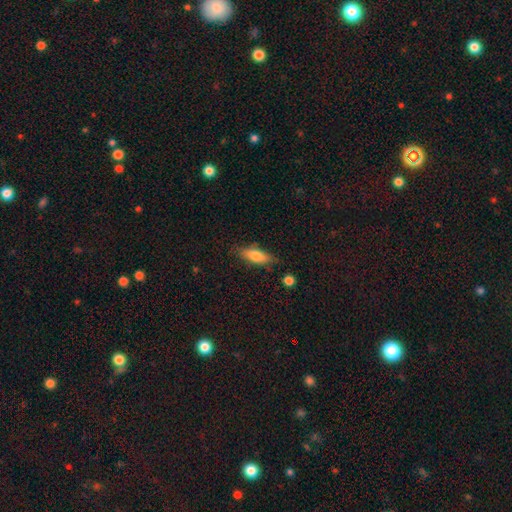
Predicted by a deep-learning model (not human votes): This appears to be a smooth galaxy with no disk features (72%) that is in between round and cigar-shaped (59%). Merging: none (76%).